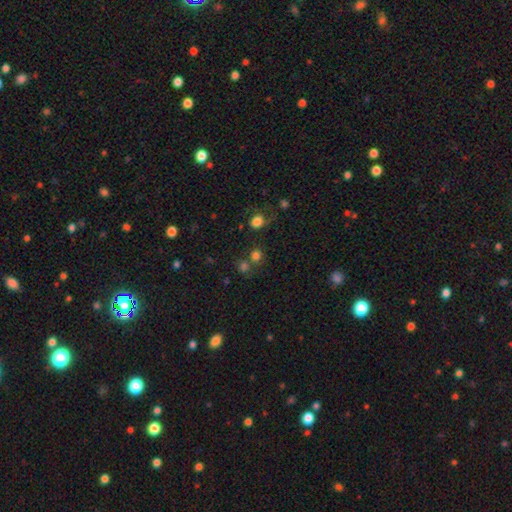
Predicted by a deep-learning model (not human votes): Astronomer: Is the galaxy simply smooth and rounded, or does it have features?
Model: smooth — 74%.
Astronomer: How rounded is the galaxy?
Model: round — 86%.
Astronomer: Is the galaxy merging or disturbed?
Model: none — 65%.